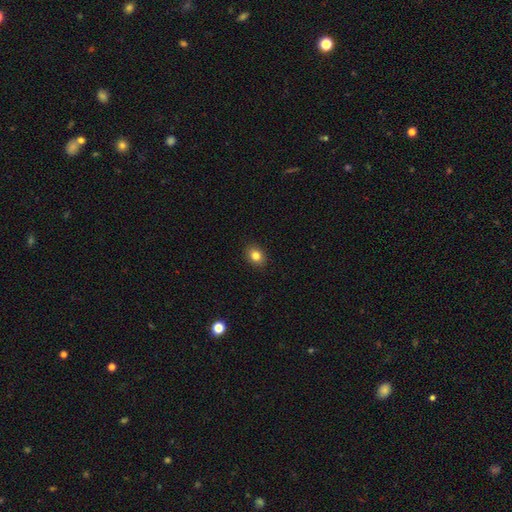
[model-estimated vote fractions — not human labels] Smooth or featured? smooth (83%)
How rounded? in between (57%)
Merging? none (90%)